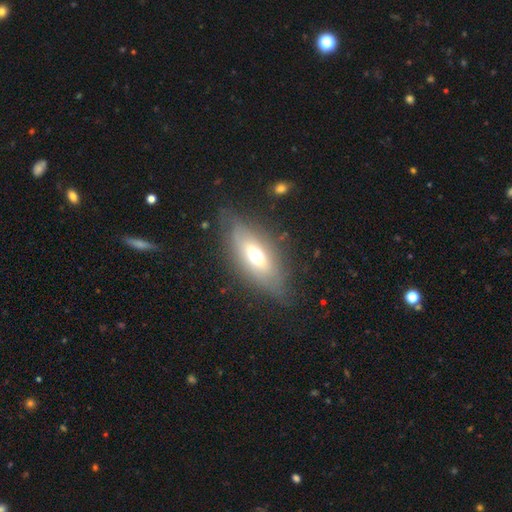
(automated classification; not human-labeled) A smooth galaxy with no disk features (49%). Merging: none (73%).